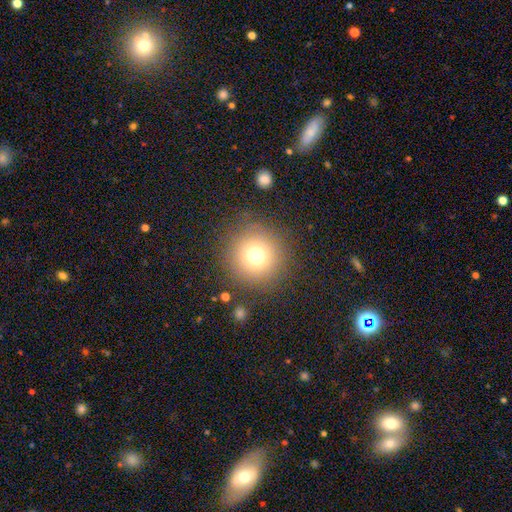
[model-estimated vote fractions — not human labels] Q: Smooth or featured?
A: smooth (74%); runner-up: star or artifact (16%)
Q: How rounded?
A: round (95%); runner-up: in between (4%)
Q: Merging?
A: none (86%); runner-up: minor disturbance (8%)